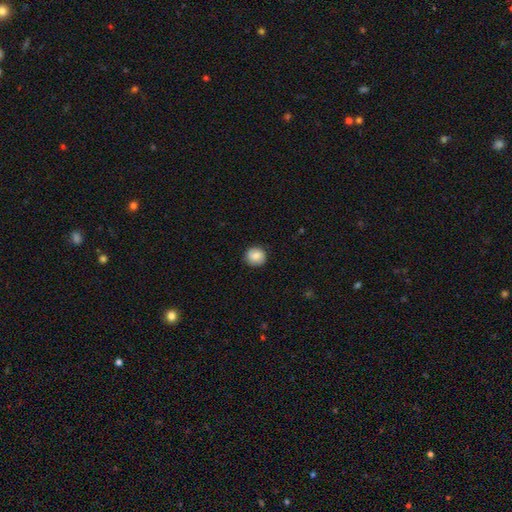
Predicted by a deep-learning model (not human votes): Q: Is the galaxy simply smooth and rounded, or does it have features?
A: smooth — 82%.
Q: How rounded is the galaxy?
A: round — 88%.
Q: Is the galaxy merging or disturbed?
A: none — 88%.